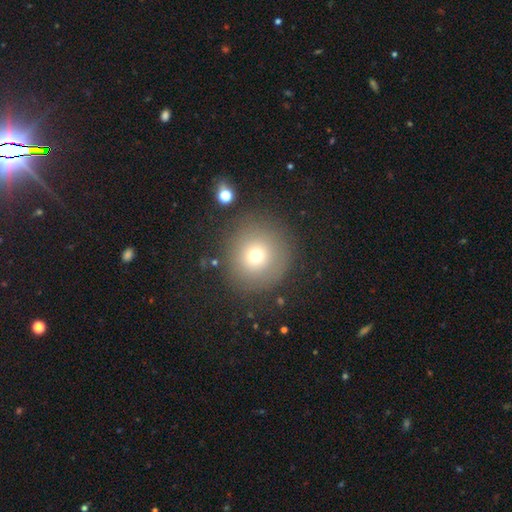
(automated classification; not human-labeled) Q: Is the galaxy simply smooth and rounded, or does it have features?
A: smooth — 71%.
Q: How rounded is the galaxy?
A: round — 93%.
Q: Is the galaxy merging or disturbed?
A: none — 83%.